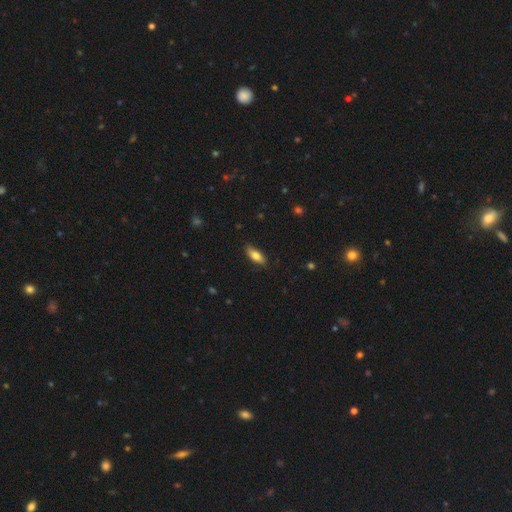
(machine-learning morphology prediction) This is likely a smooth galaxy (78%). How rounded: likely in between (74%). Merging: clearly none (84%).